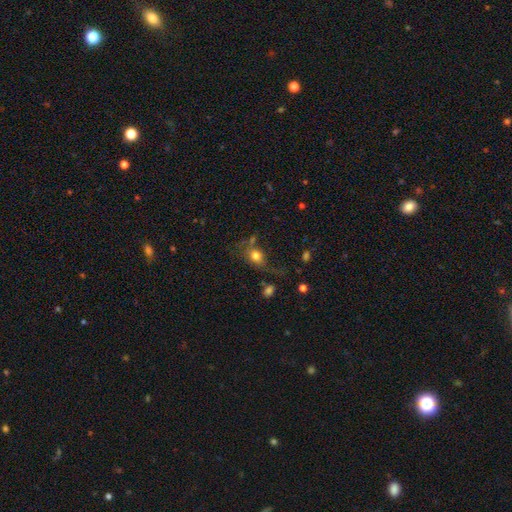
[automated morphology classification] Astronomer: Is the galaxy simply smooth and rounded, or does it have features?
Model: smooth — 70%.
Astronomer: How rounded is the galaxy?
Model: in between — 55% (runner-up: round, 42%).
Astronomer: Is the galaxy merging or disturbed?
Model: none — 45% (runner-up: major disturbance, 22%).